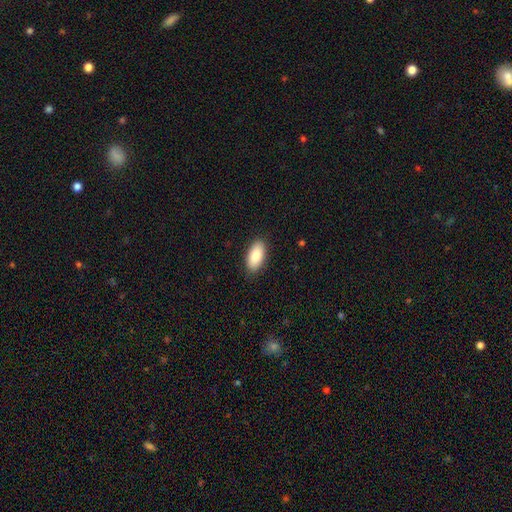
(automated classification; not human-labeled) smooth-or-featured: smooth: 88% | featured or disk: 6% | star or artifact: 6%
  how-rounded: in between: 93% | cigar-shaped: 5% | round: 2%
  merging: none: 88% | minor disturbance: 9% | major disturbance: 2% | merger: 1%